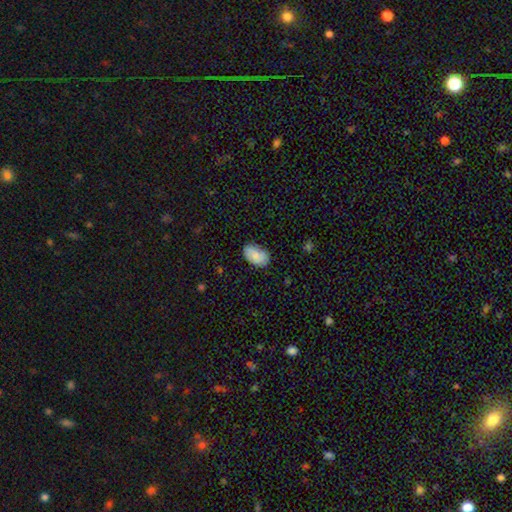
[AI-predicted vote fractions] Smooth or featured?
  - smooth: 86% *
  - featured or disk: 7%
  - star or artifact: 7%
How rounded?
  - in between: 93% *
  - round: 6%
  - cigar-shaped: 1%
Merging?
  - none: 73% *
  - minor disturbance: 22%
  - major disturbance: 4%
  - merger: 2%